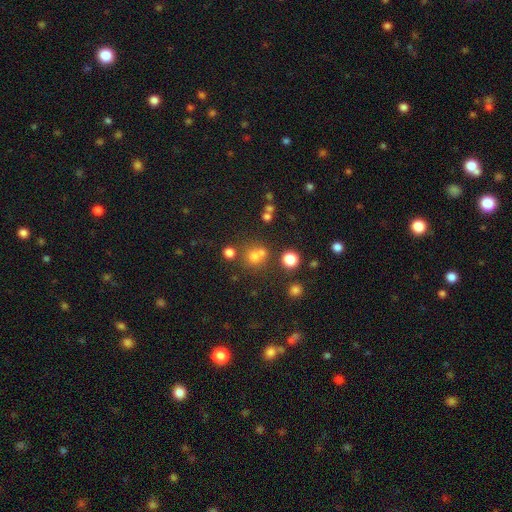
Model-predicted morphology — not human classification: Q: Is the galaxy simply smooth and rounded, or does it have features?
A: smooth — 67%.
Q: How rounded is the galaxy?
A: round — 83%.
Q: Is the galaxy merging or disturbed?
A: none — 52%.